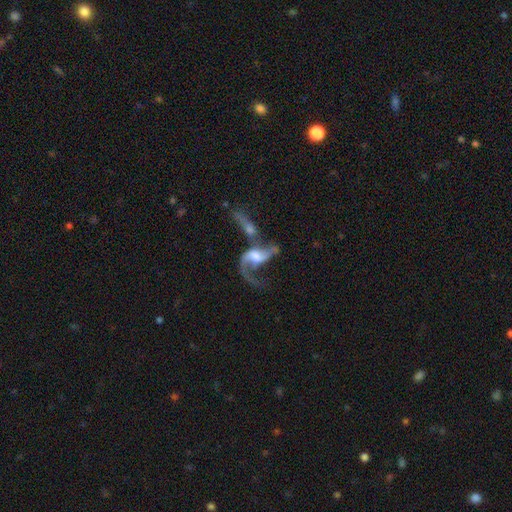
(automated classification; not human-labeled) The model was most divided on "bar": no: 49%, weak: 38%, strong: 13%. More confident: edge-on disk — no (94%); spiral arms — yes (86%); smooth or featured — featured or disk (77%); spiral winding — loose (76%); merging — merger (58%); spiral arm count — 2 (54%); bulge size — moderate (53%).